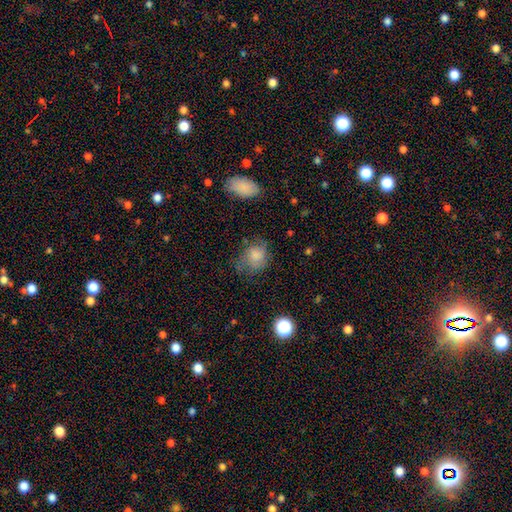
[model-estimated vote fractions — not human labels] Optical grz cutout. It shows a smooth galaxy with no disk features (70%) that is round (50%). Merging: none (48%).